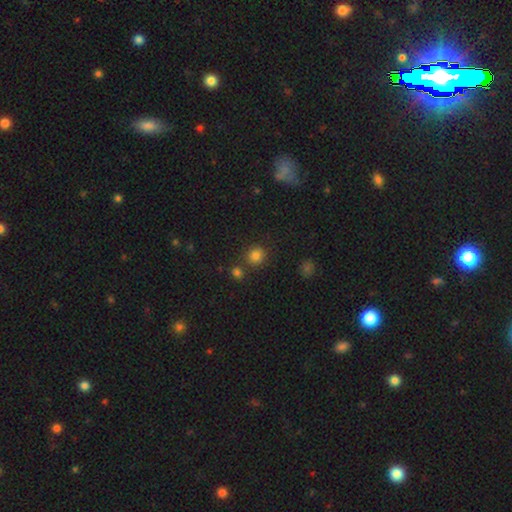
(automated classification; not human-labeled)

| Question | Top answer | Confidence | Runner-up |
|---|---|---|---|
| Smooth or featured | smooth | 81% | star or artifact (14%) |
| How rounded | round | 85% | in between (14%) |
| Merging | none | 75% | merger (12%) |